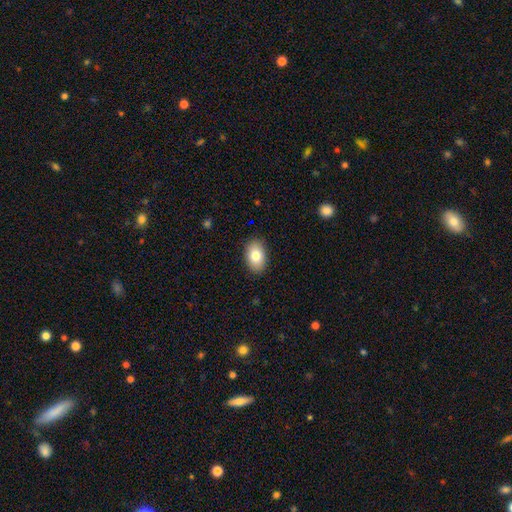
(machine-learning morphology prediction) smooth 82%, featured or disk 11%, star or artifact 7%. Down the decision tree: how rounded — in between (89%); merging — none (88%).